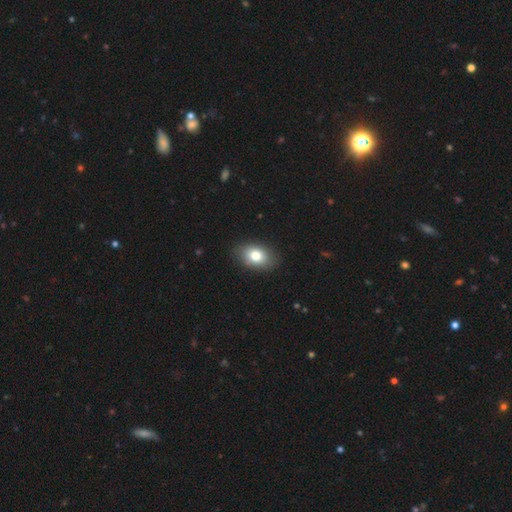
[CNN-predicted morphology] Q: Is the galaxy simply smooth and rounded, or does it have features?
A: smooth — 78%.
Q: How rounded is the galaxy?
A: in between — 82%.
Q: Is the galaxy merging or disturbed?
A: none — 86%.